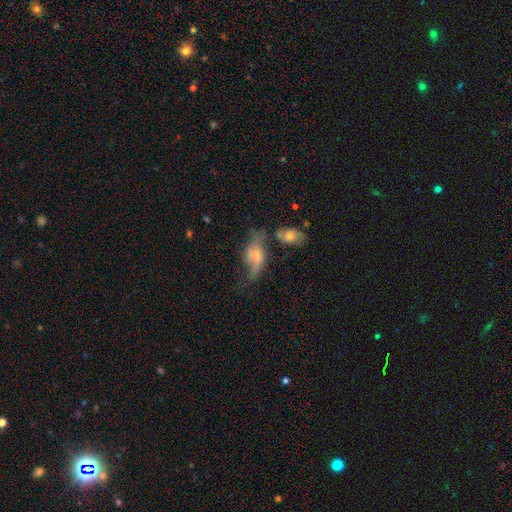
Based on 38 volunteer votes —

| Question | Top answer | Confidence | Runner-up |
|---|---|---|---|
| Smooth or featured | featured or disk | 61% | smooth (37%) |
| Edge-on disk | yes | 52% | no (48%) |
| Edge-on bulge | boxy | 50% | tied: rounded (50%) |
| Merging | minor disturbance | 32% | none (27%) |